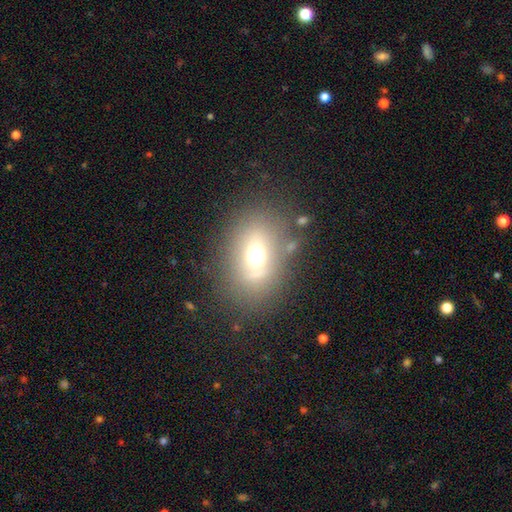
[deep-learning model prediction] Overall: smooth (56%; featured or disk 26%). How rounded: in between (63%; round 35%). Merging: none (72%).